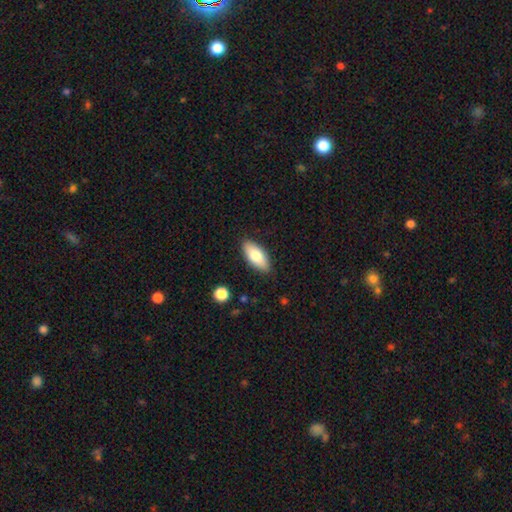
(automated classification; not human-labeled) Morphology: type=smooth (78%); roundness=in between (87%); merging=none (86%).